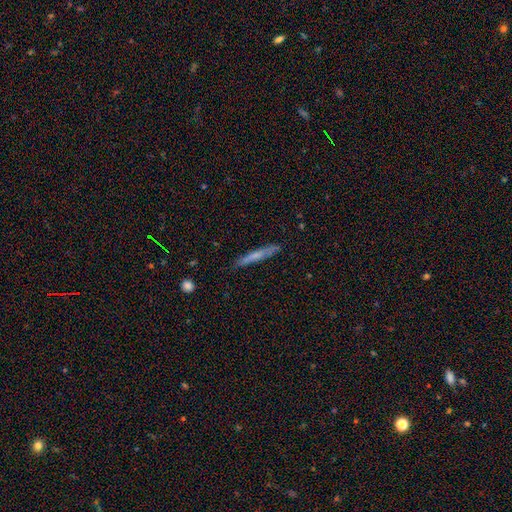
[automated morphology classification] Smooth or featured? smooth (60%)
How rounded? cigar-shaped (95%)
Merging? none (87%)